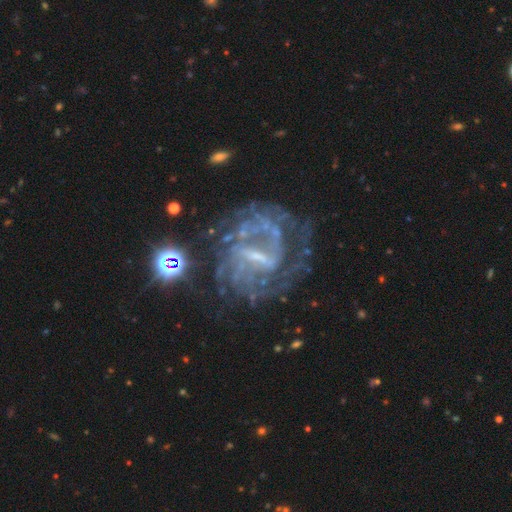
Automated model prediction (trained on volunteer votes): This appears to be a featured or disk galaxy (82%) with a strong bar (45%), tight (46%) spiral arms (82%) and a small central bulge (48%). Merging: none (56%).